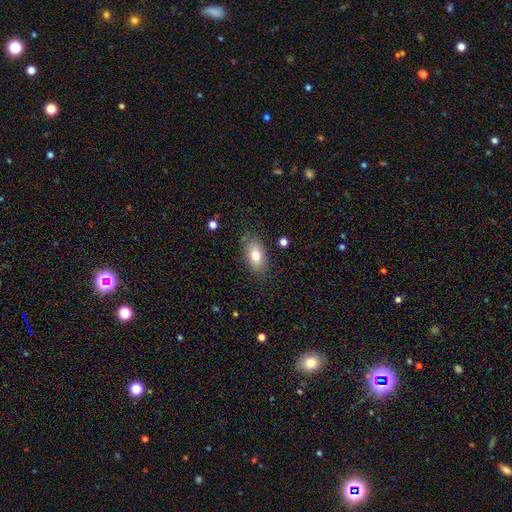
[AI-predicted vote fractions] Smooth or featured? smooth (76%)
How rounded? in between (88%)
Merging? none (80%)